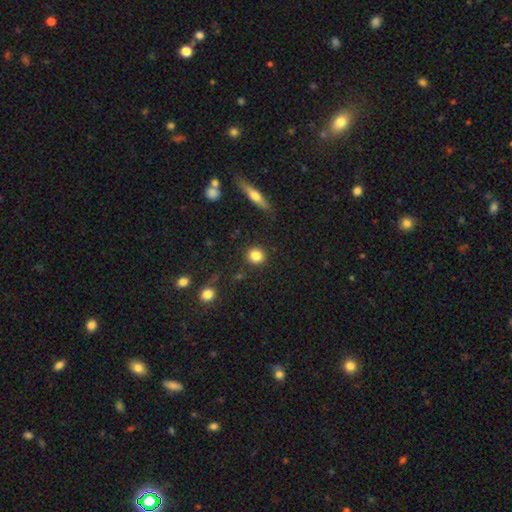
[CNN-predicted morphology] Smooth or featured: smooth — 84% (star or artifact — 9%)
How rounded: round — 87% (in between — 11%)
Merging: none — 90% (minor disturbance — 6%)